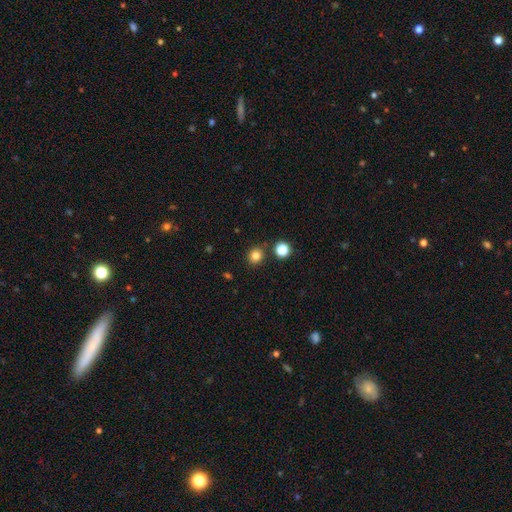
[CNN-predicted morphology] Smooth or featured?
  - smooth: 81% *
  - star or artifact: 14%
  - featured or disk: 5%
How rounded?
  - round: 87% *
  - in between: 12%
  - cigar-shaped: 1%
Merging?
  - none: 85% *
  - minor disturbance: 7%
  - merger: 6%
  - major disturbance: 2%